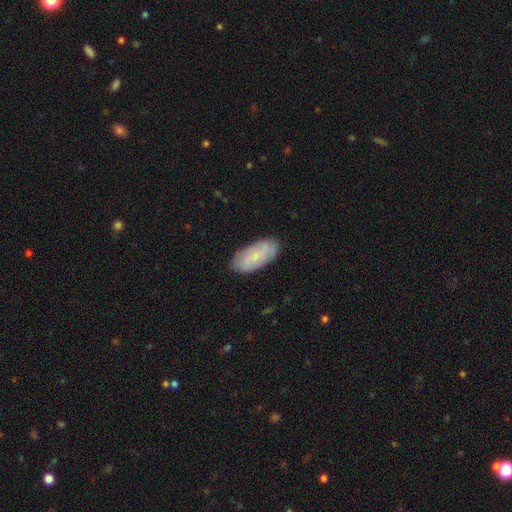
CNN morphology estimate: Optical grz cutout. It shows a smooth galaxy with no disk features (58%) that is in between round and cigar-shaped (90%). Merging: none (84%).